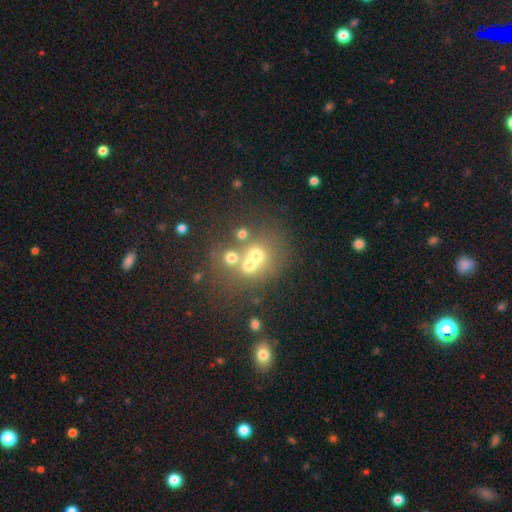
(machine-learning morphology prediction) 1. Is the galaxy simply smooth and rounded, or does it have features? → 54% smooth, 25% featured or disk, 21% star or artifact.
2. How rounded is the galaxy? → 78% round, 21% in between, 1% cigar-shaped.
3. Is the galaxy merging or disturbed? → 49% merger, 38% none, 8% minor disturbance, 5% major disturbance.